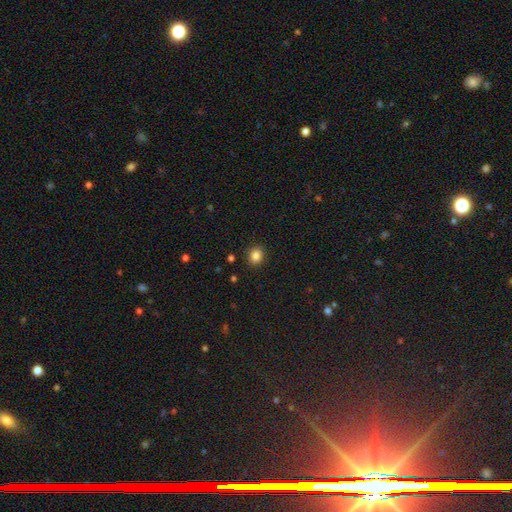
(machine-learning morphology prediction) Smooth or featured? smooth (85%)
How rounded? round (74%)
Merging? none (90%)